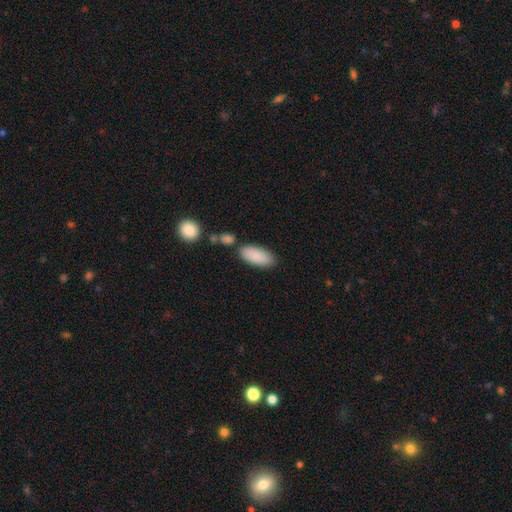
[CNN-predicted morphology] type=smooth (88%); roundness=in between (86%); merging=none (75%).